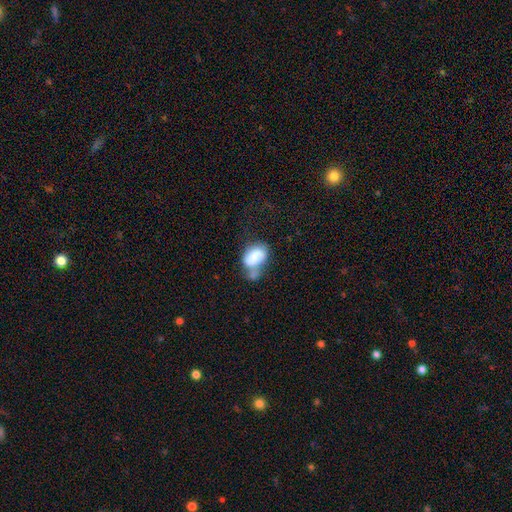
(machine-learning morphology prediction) Overall: smooth (71%). How rounded: in between (82%). Merging: merger (29%; none 27%).